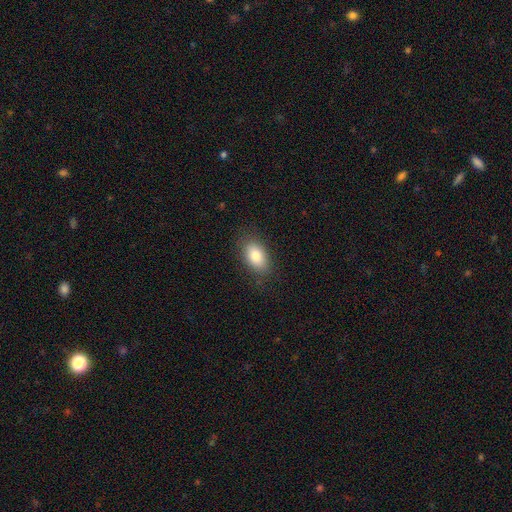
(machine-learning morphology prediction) A smooth galaxy with no disk features (82%) that is in between round and cigar-shaped (90%).

Vote fractions:
- Smooth or featured? smooth: 82% / featured or disk: 11% / star or artifact: 8%
- How rounded? in between: 90% / round: 8% / cigar-shaped: 2%
- Merging? none: 84% / minor disturbance: 11% / major disturbance: 3% / merger: 1%